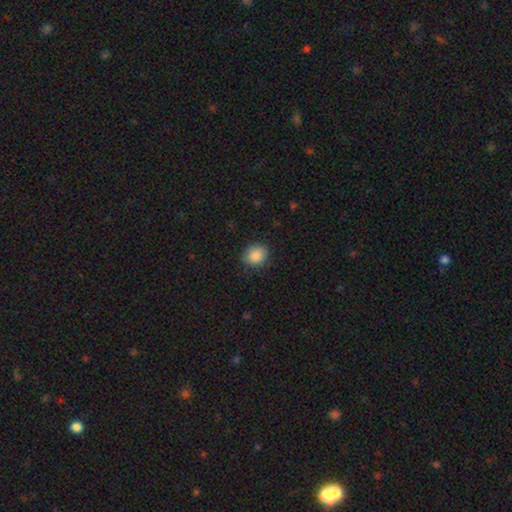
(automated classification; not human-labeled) smooth-or-featured: smooth: 88% | star or artifact: 8% | featured or disk: 3%
  how-rounded: round: 66% | in between: 33% | cigar-shaped: 1%
  merging: none: 87% | minor disturbance: 9% | major disturbance: 2% | merger: 1%